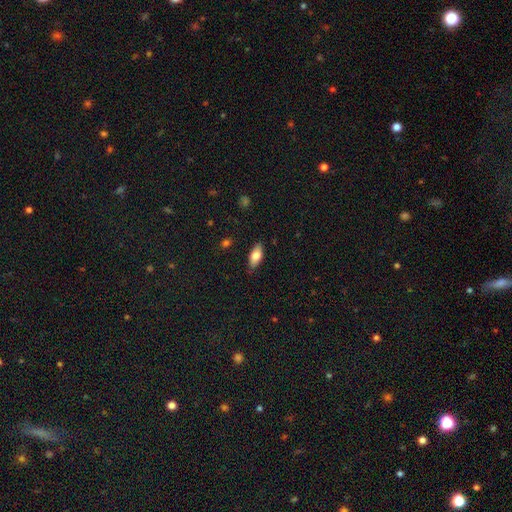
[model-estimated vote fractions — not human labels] Smooth or featured?
  - smooth: 75% *
  - featured or disk: 18%
  - star or artifact: 6%
How rounded?
  - in between: 84% *
  - cigar-shaped: 13%
  - round: 3%
Merging?
  - none: 84% *
  - minor disturbance: 12%
  - major disturbance: 2%
  - merger: 1%